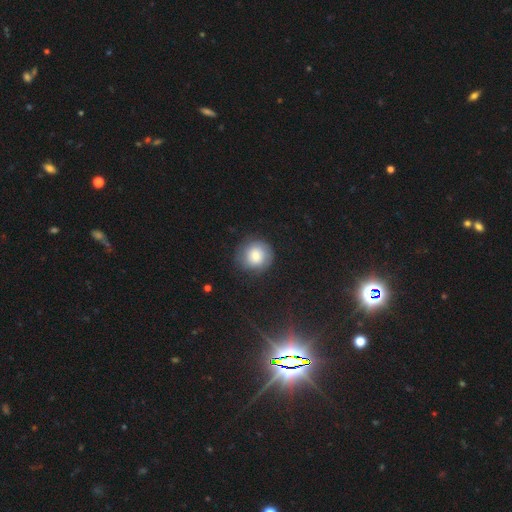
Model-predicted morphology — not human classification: Smooth or featured: smooth — 73% (featured or disk — 18%)
How rounded: round — 90% (in between — 9%)
Merging: none — 79% (minor disturbance — 14%)